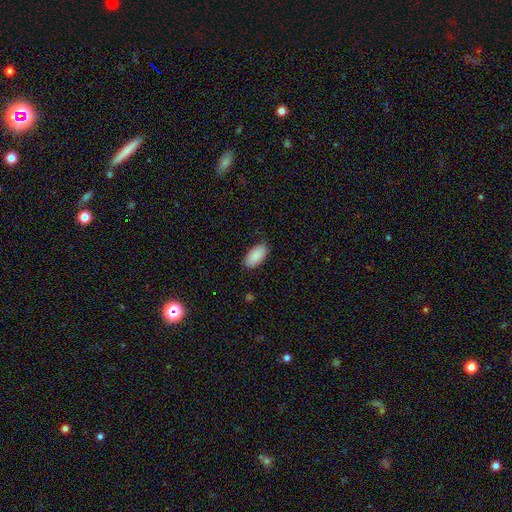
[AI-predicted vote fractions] smooth 90%, star or artifact 6%, featured or disk 4%. Down the decision tree: how rounded — in between (95%); merging — none (85%).